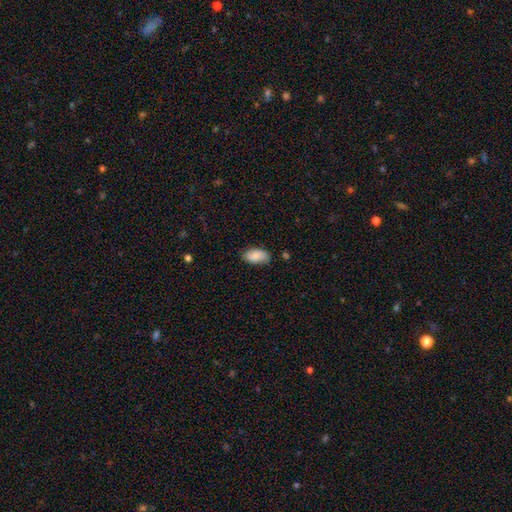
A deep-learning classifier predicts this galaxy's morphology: smooth_or_featured: smooth (p=0.85) [alt: featured or disk p=0.09]
how_rounded: in between (p=0.95) [alt: round p=0.03]
merging: none (p=0.75) [alt: minor disturbance p=0.20]